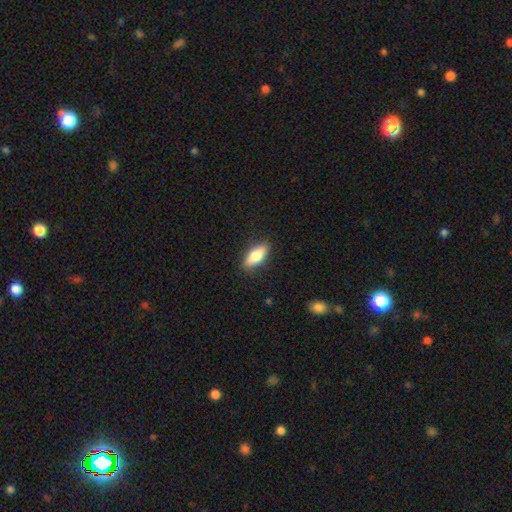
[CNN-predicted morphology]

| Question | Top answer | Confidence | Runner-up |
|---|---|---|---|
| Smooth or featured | smooth | 74% | featured or disk (19%) |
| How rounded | in between | 73% | cigar-shaped (24%) |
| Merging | none | 88% | minor disturbance (9%) |